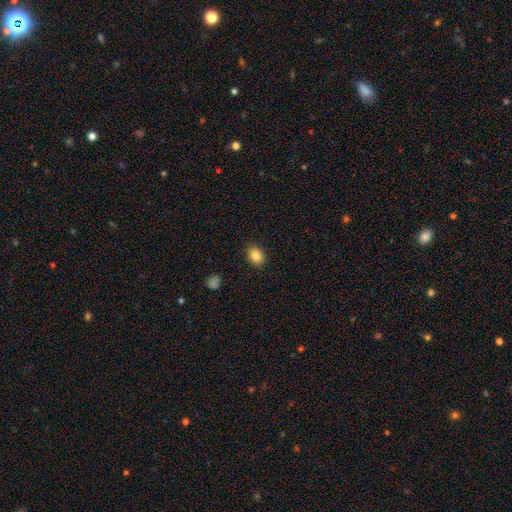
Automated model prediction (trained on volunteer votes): smooth-or-featured: smooth: 86% | star or artifact: 9% | featured or disk: 5%
  how-rounded: in between: 59% | round: 40% | cigar-shaped: 1%
  merging: none: 89% | minor disturbance: 8% | major disturbance: 2% | merger: 1%